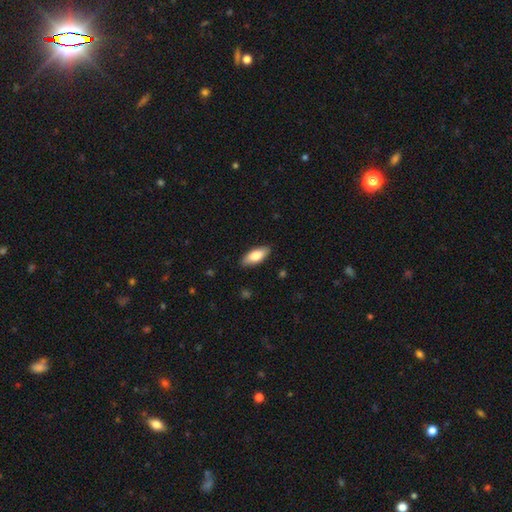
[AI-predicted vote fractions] The model was most divided on "how rounded": in between: 80%, cigar-shaped: 18%, round: 2%. More confident: merging — none (87%); smooth or featured — smooth (79%).